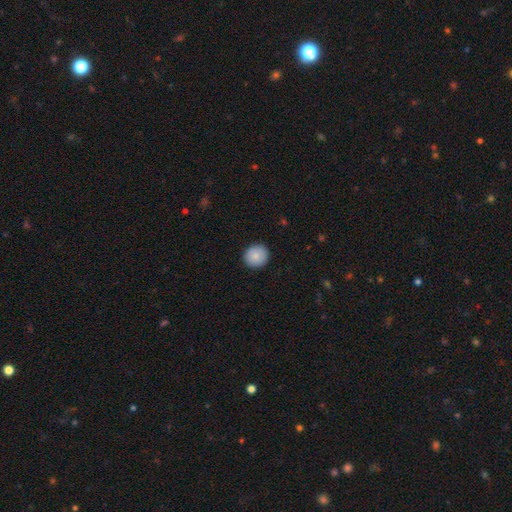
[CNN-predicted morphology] Q: Smooth or featured?
A: smooth (86%); runner-up: star or artifact (8%)
Q: How rounded?
A: round (88%); runner-up: in between (11%)
Q: Merging?
A: none (91%); runner-up: minor disturbance (6%)